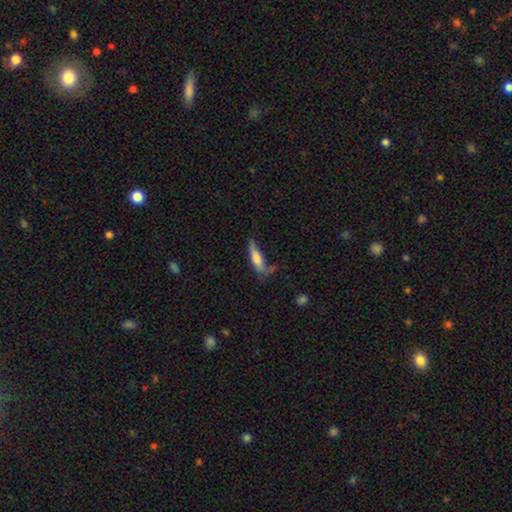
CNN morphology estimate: smooth 67%, featured or disk 25%, star or artifact 7%. Down the decision tree: how rounded — cigar-shaped (70%); merging — none (47%).